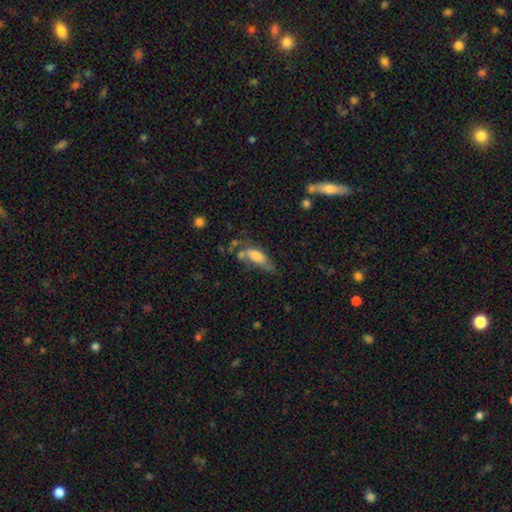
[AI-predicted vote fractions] Q: Smooth or featured?
A: smooth (63%); runner-up: featured or disk (28%)
Q: How rounded?
A: in between (71%); runner-up: cigar-shaped (25%)
Q: Merging?
A: none (35%); runner-up: minor disturbance (27%)